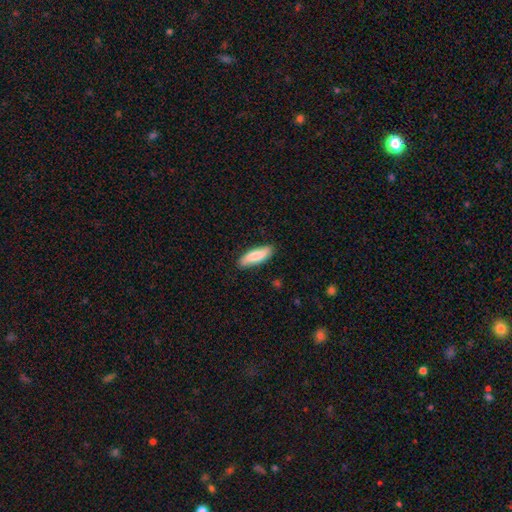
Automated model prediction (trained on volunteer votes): Smooth or featured?
  - smooth: 80% *
  - featured or disk: 15%
  - star or artifact: 5%
How rounded?
  - in between: 49% * (tied)
  - cigar-shaped: 49% * (tied)
  - round: 2%
Merging?
  - none: 85% *
  - minor disturbance: 11%
  - major disturbance: 2%
  - merger: 1%